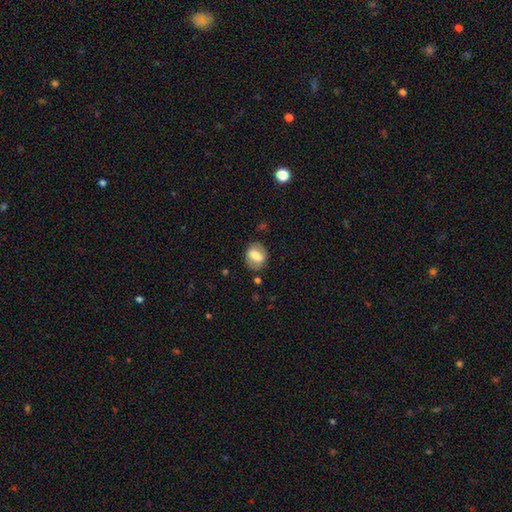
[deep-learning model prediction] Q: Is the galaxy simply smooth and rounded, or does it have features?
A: smooth — 62%.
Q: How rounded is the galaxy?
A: in between — 66%.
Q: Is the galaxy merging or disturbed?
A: none — 75%.